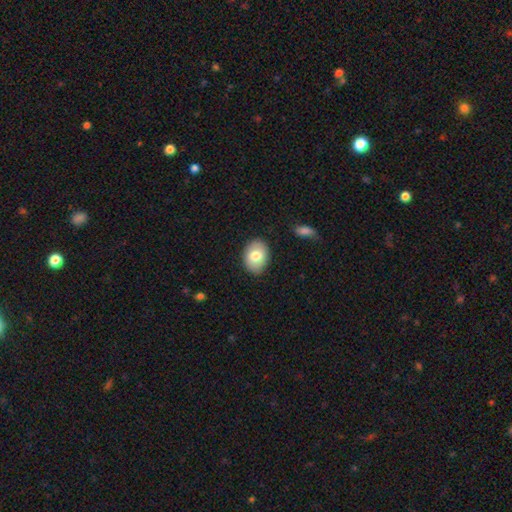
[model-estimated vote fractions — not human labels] Morphology: type=smooth (78%); roundness=in between (75%); merging=none (87%).